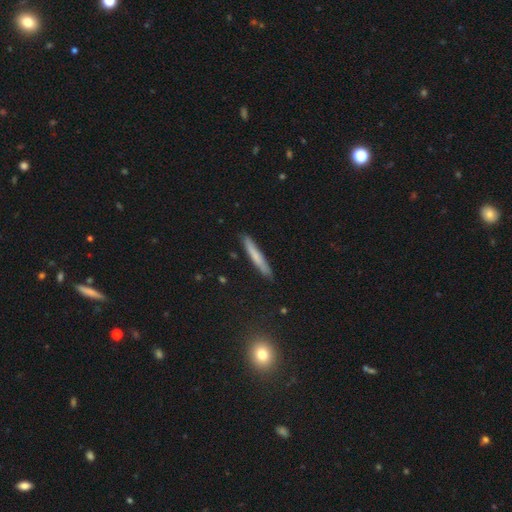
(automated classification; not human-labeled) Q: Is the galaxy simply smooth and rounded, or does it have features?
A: smooth — 67%.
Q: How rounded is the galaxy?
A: cigar-shaped — 95%.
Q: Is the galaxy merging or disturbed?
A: none — 87%.